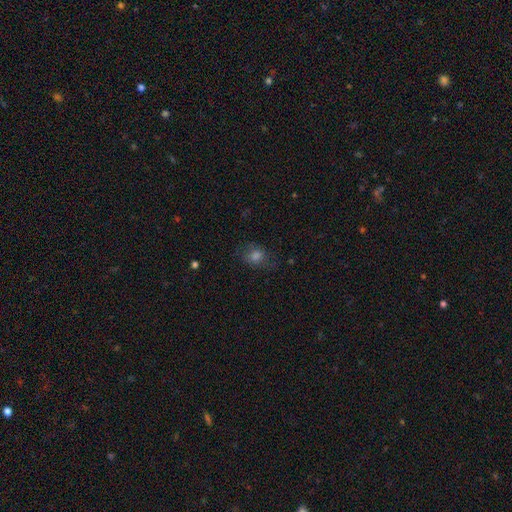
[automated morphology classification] The model was most divided on "how rounded": round: 57%, in between: 42%, cigar-shaped: 2%. More confident: merging — none (72%); smooth or featured — smooth (66%).